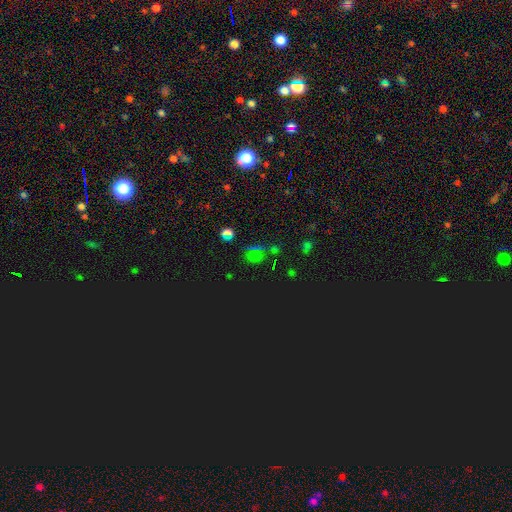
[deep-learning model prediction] smooth-or-featured: star or artifact: 61% | smooth: 30% | featured or disk: 9%